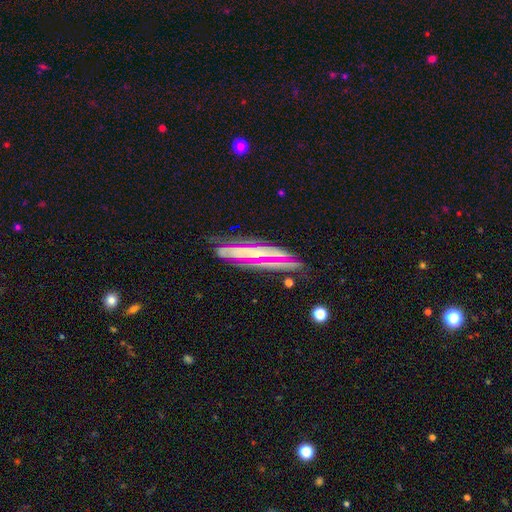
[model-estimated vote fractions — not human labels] Smooth or featured? Predicted: featured or disk (p=0.64). Edge-on disk? Predicted: yes (p=0.74). Merging? Predicted: none (p=0.72).